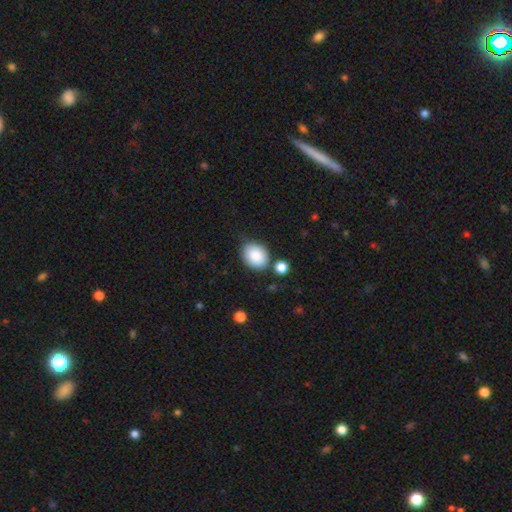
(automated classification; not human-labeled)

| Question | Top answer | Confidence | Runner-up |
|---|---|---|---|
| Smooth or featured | smooth | 88% | star or artifact (7%) |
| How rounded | in between | 61% | round (38%) |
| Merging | none | 72% | minor disturbance (16%) |